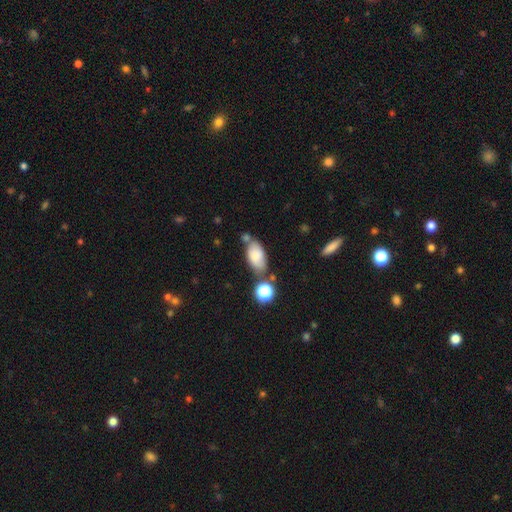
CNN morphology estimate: Smooth or featured: smooth — 76% (featured or disk — 14%)
How rounded: in between — 91% (round — 5%)
Merging: none — 53% (minor disturbance — 21%)